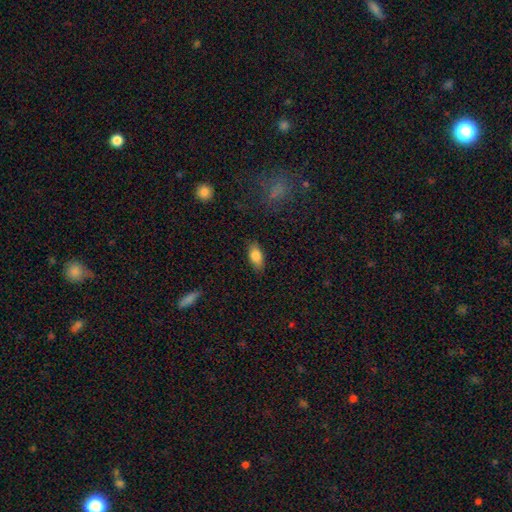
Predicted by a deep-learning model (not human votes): Smooth or featured: smooth — 83% (featured or disk — 10%)
How rounded: in between — 87% (cigar-shaped — 10%)
Merging: none — 85% (minor disturbance — 11%)